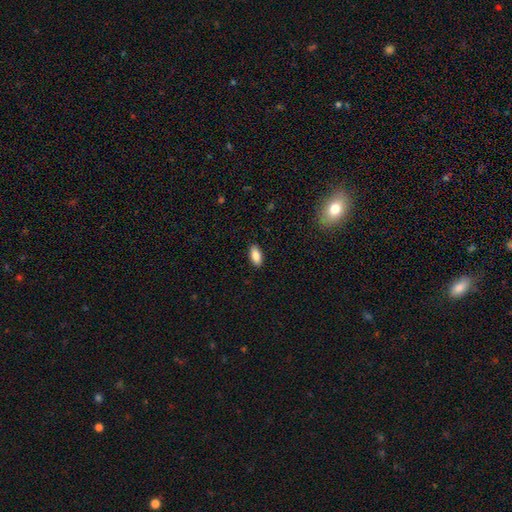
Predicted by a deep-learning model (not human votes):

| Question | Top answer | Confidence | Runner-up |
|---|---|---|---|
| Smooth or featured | smooth | 87% | star or artifact (7%) |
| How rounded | in between | 88% | cigar-shaped (9%) |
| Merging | none | 89% | minor disturbance (8%) |